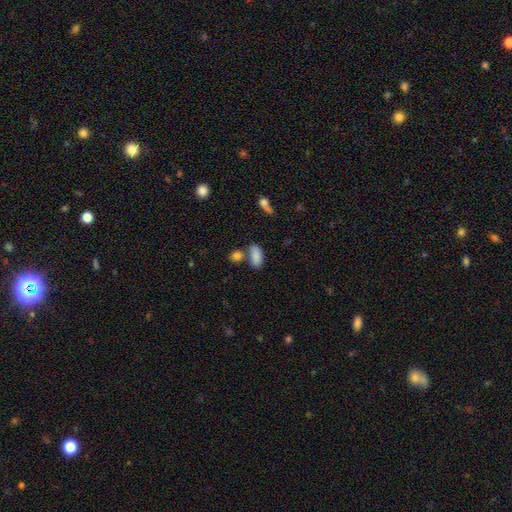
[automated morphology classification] Smooth or featured? Predicted: smooth (p=0.84). How rounded? Predicted: in between (p=0.89). Merging? Predicted: none (p=0.52).